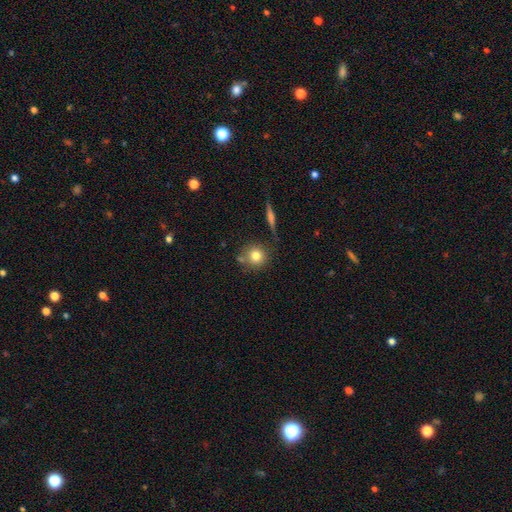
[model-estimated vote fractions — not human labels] Overall: smooth (77%). How rounded: round (90%). Merging: none (73%).